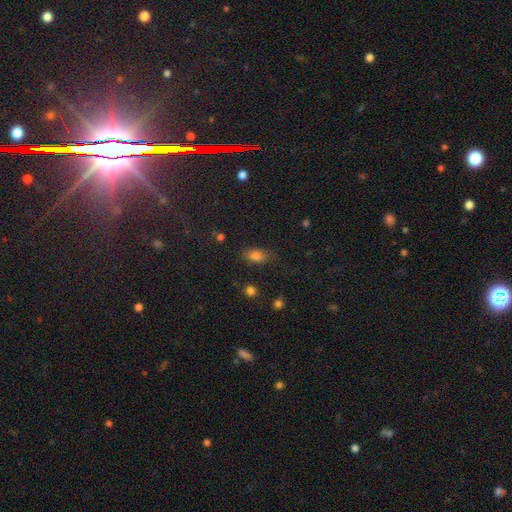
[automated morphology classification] Smooth or featured? smooth (81%)
How rounded? in between (84%)
Merging? none (77%)